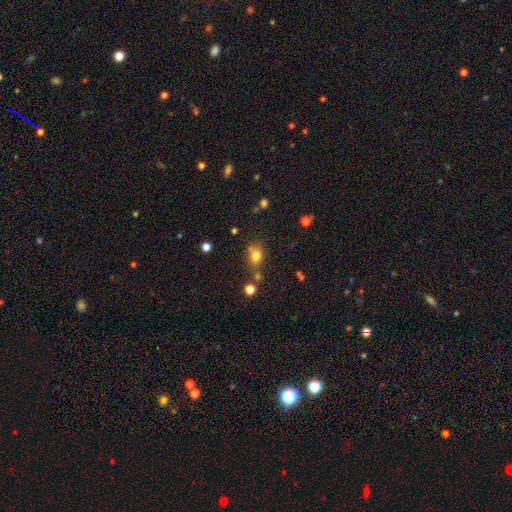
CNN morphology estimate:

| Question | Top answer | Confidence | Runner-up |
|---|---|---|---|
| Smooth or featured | smooth | 77% | star or artifact (14%) |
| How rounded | in between | 51% | round (48%) |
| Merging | none | 64% | minor disturbance (16%) |